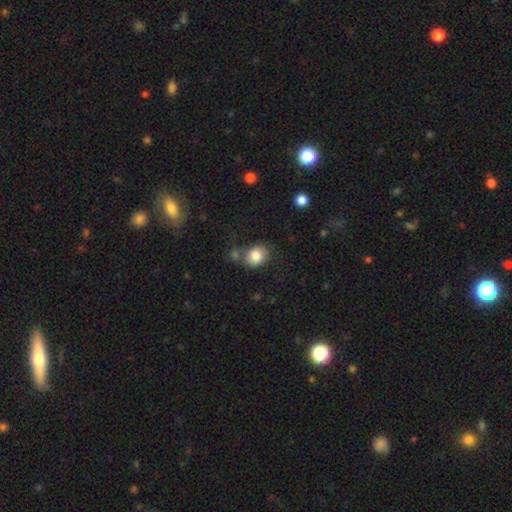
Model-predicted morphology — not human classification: Smooth or featured? Predicted: smooth (p=0.83). How rounded? Predicted: round (p=0.53). Merging? Predicted: none (p=0.58).